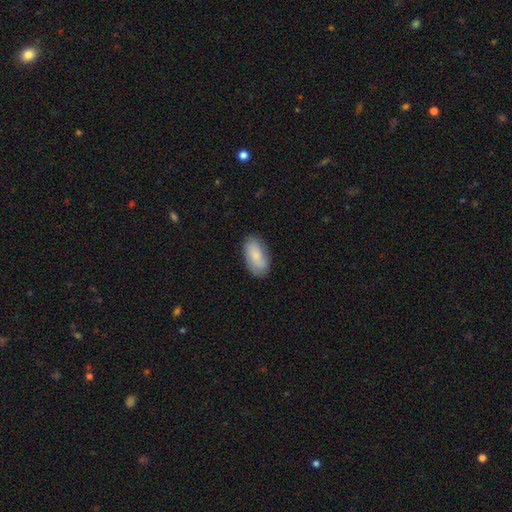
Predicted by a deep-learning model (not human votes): smooth-or-featured: smooth: 73% | featured or disk: 20% | star or artifact: 6%
  how-rounded: in between: 92% | cigar-shaped: 5% | round: 3%
  merging: none: 82% | minor disturbance: 14% | major disturbance: 3% | merger: 1%